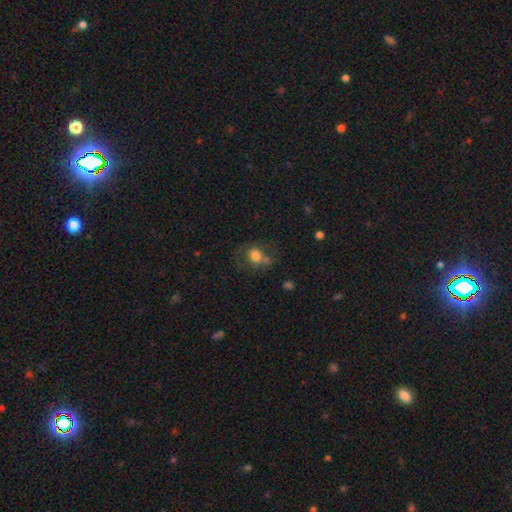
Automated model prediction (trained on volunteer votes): smooth_or_featured: smooth (p=0.69) [alt: featured or disk p=0.21]
how_rounded: round (p=0.66) [alt: in between p=0.32]
merging: none (p=0.48) [alt: minor disturbance p=0.21]